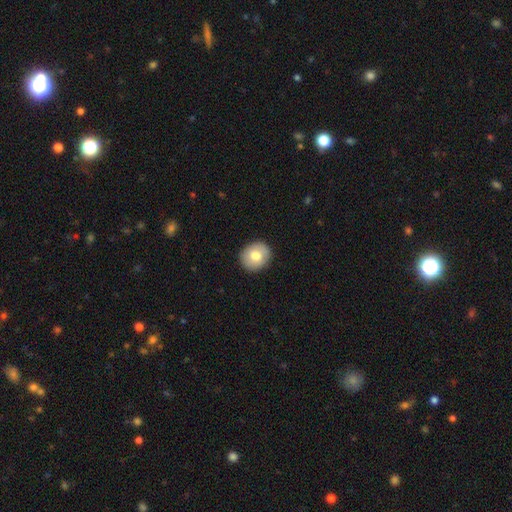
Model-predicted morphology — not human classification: smooth-or-featured: smooth: 76% | featured or disk: 17% | star or artifact: 7%
  how-rounded: round: 78% | in between: 21% | cigar-shaped: 1%
  merging: none: 90% | minor disturbance: 7% | major disturbance: 2% | merger: 1%